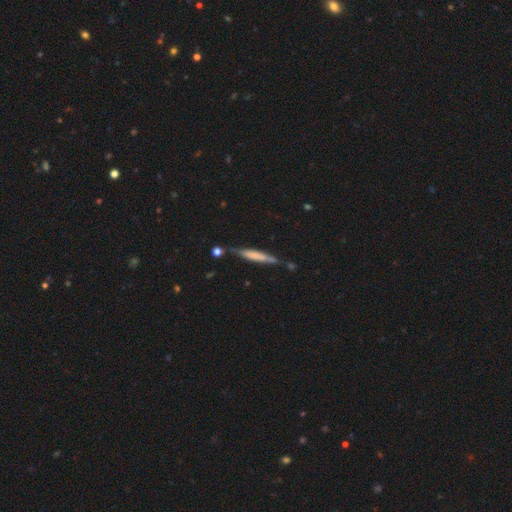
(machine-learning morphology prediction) Overall: smooth (49%; featured or disk 44%). Merging: none (72%).